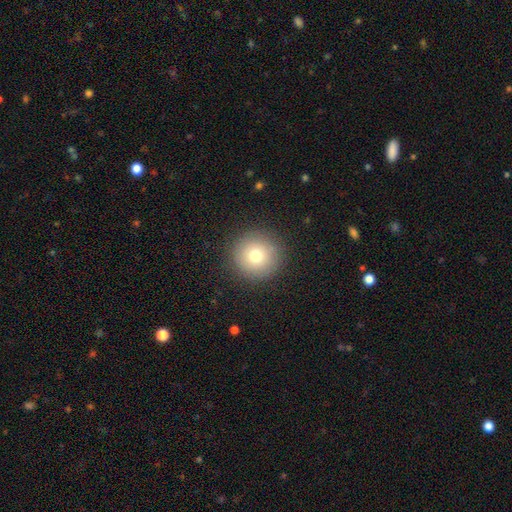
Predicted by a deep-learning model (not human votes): Overall: smooth (75%). How rounded: round (96%). Merging: none (90%).